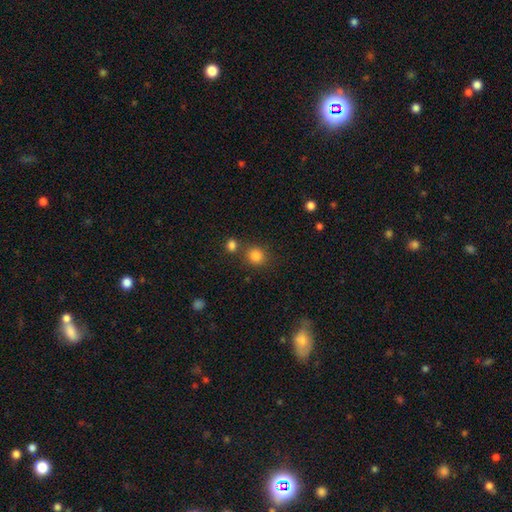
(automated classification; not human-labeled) A smooth galaxy with no disk features (83%) that is round (86%). Merging: none (72%).